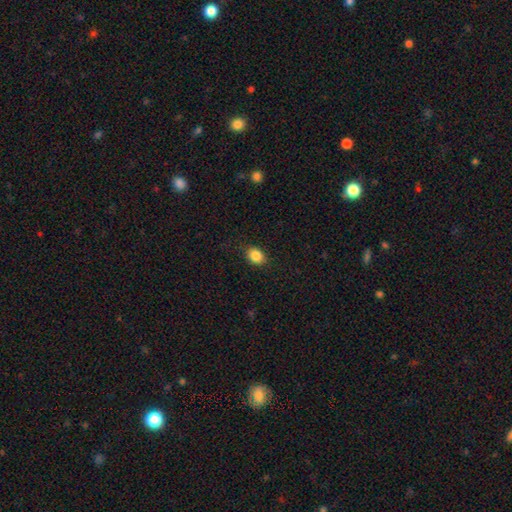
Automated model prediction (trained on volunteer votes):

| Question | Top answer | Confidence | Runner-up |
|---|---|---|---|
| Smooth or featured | smooth | 86% | star or artifact (9%) |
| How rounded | in between | 56% | round (43%) |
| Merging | none | 86% | minor disturbance (11%) |